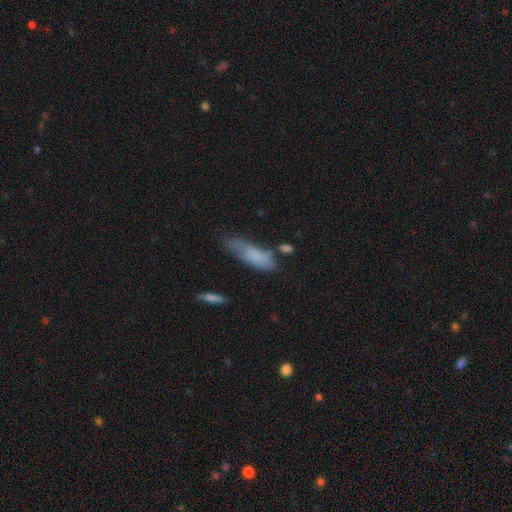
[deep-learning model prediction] Overall: smooth (74%). How rounded: in between (52%; cigar-shaped 46%). Merging: none (46%; minor disturbance 33%).